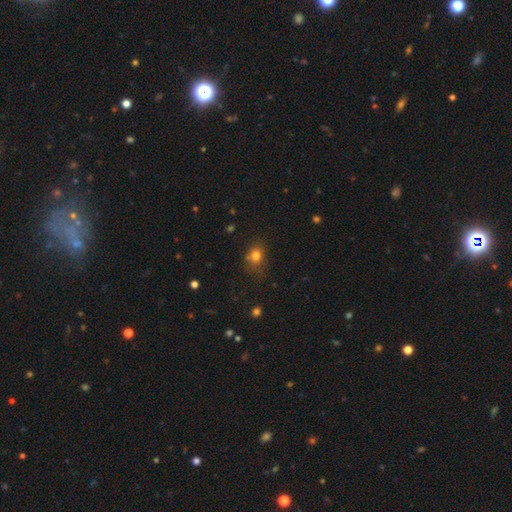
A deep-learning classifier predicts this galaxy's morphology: Smooth or featured? smooth (76%)
How rounded? round (59%)
Merging? none (67%)